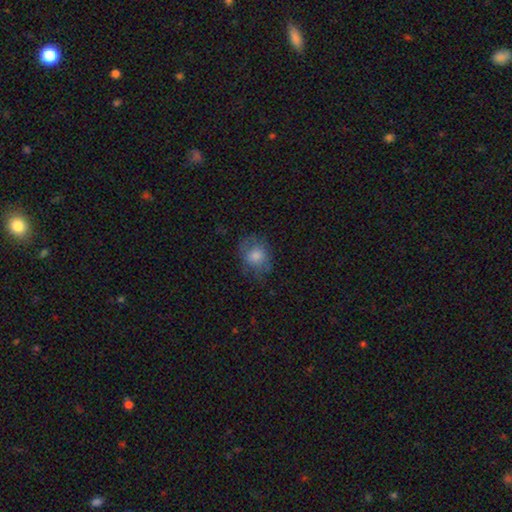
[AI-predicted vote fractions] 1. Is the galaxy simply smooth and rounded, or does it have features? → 72% smooth, 18% featured or disk, 10% star or artifact.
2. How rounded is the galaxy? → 61% round, 38% in between, 1% cigar-shaped.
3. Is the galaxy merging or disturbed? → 65% none, 22% minor disturbance, 12% major disturbance, 1% merger.